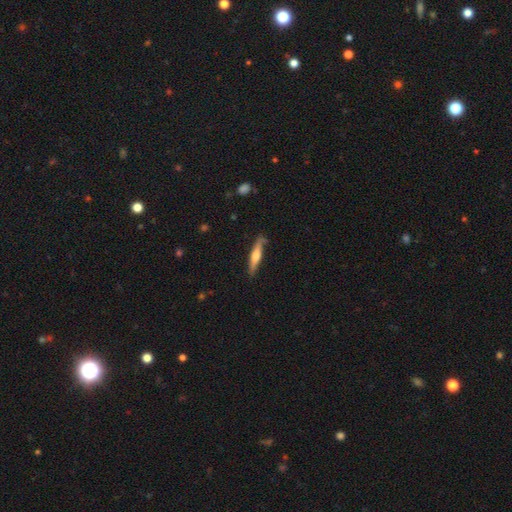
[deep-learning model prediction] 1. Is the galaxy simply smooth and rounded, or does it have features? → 50% featured or disk, 45% smooth, 5% star or artifact.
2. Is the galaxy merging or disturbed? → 77% none, 17% minor disturbance, 3% major disturbance, 2% merger.